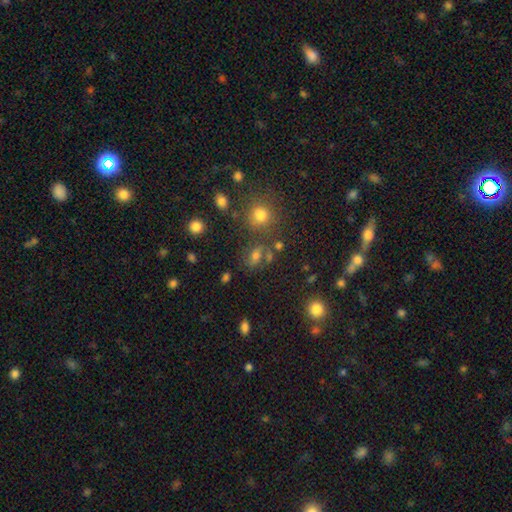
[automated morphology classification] The model was most divided on "smooth or featured": smooth: 50%, featured or disk: 28%, star or artifact: 22%. More confident: merging — none (61%).